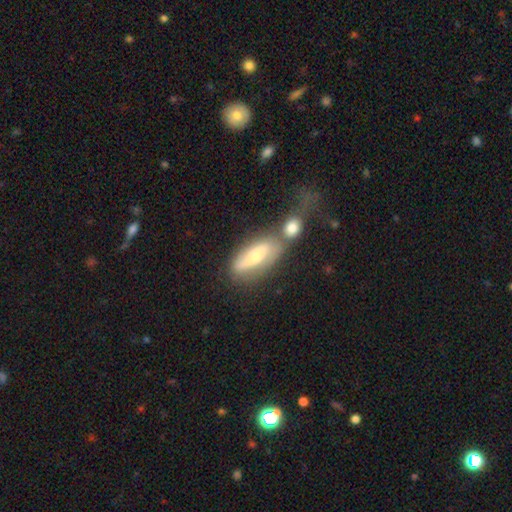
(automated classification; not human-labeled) smooth-or-featured: smooth: 47% | featured or disk: 46% | star or artifact: 7%
  merging: none: 42% | merger: 34% | minor disturbance: 16% | major disturbance: 9%